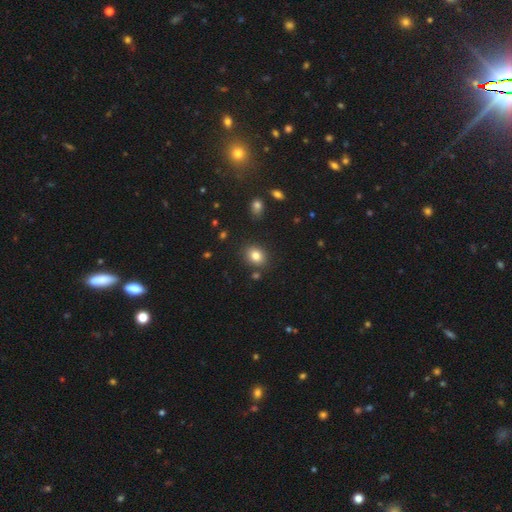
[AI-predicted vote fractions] Morphology: type=smooth (82%); roundness=in between (51%); merging=none (83%).